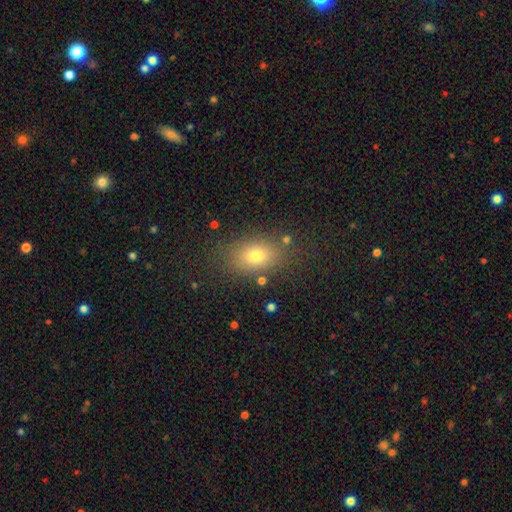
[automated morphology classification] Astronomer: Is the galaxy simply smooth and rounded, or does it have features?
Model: smooth — 76%.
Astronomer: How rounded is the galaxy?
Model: in between — 77%.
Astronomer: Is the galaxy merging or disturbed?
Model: none — 80%.